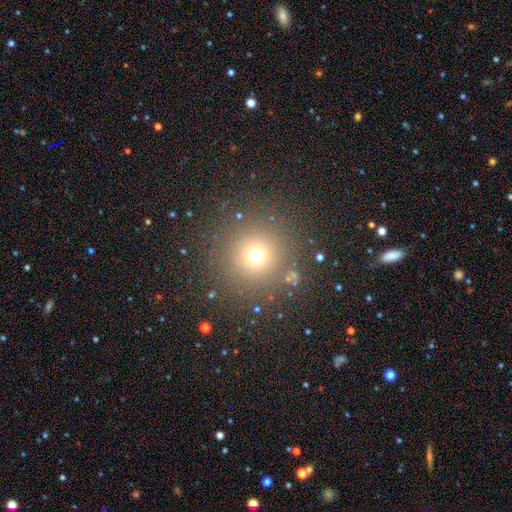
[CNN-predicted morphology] Smooth or featured? Predicted: smooth (p=0.68). How rounded? Predicted: round (p=0.94). Merging? Predicted: none (p=0.85).